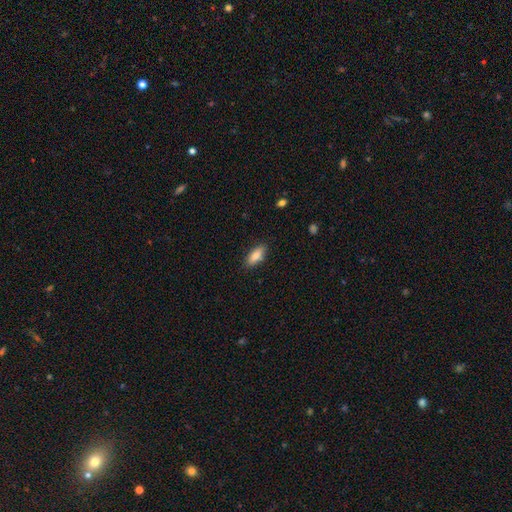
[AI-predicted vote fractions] Smooth or featured? Predicted: smooth (p=0.79). How rounded? Predicted: in between (p=0.77). Merging? Predicted: none (p=0.84).